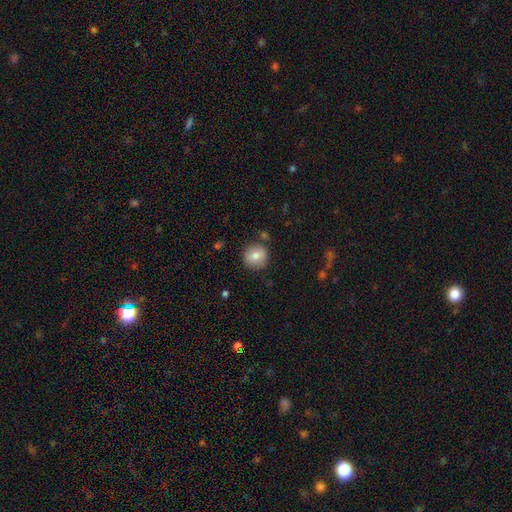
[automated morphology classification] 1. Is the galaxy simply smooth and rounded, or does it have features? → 79% smooth, 12% featured or disk, 9% star or artifact.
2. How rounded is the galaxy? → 90% round, 9% in between, 1% cigar-shaped.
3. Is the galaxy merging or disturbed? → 83% none, 10% minor disturbance, 4% merger, 3% major disturbance.